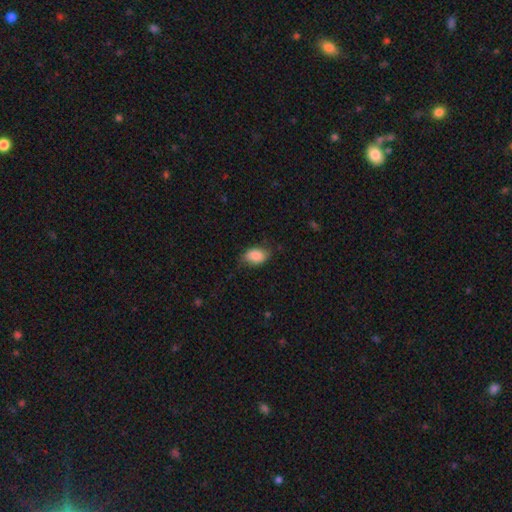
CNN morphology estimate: Q: Smooth or featured?
A: smooth (85%); runner-up: featured or disk (8%)
Q: How rounded?
A: in between (87%); runner-up: round (12%)
Q: Merging?
A: none (69%); runner-up: minor disturbance (23%)